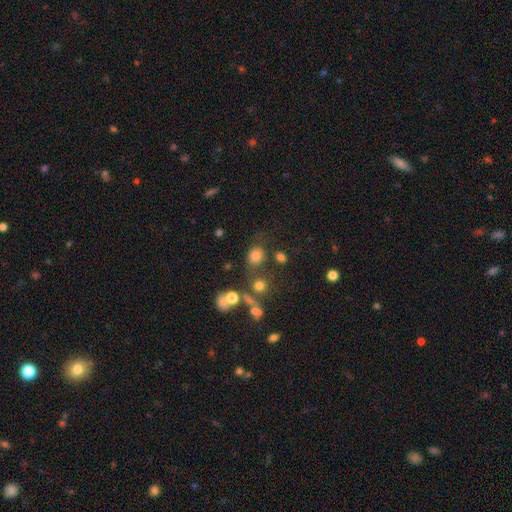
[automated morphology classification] Smooth or featured: smooth — 74% (star or artifact — 18%)
How rounded: round — 65% (in between — 33%)
Merging: none — 62% (minor disturbance — 15%)